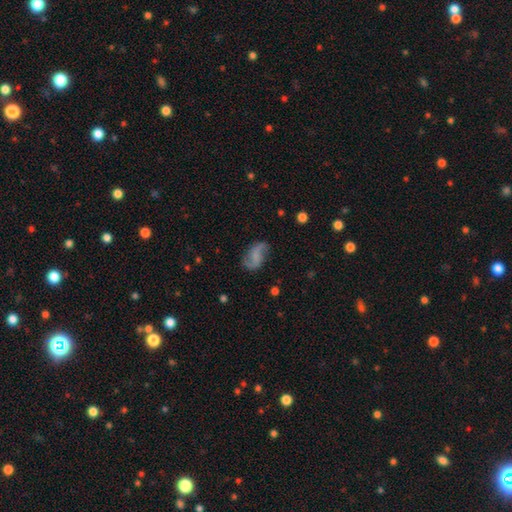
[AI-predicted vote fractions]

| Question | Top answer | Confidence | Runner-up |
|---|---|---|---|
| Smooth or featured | featured or disk | 69% | smooth (23%) |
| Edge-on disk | no | 97% | yes (3%) |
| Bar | no | 47% | weak (39%) |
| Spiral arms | yes | 92% | no (8%) |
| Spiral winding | loose | 70% | medium (23%) |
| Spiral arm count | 2 | 91% | can't tell (3%) |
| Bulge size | none | 66% | small (18%) |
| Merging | none | 70% | minor disturbance (19%) |